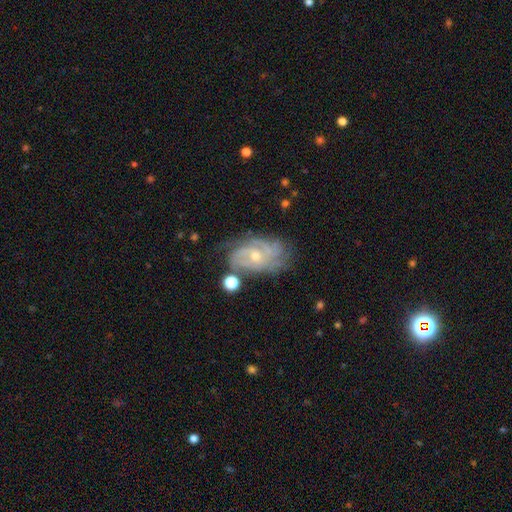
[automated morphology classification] Overall: featured or disk (84%). Edge-on disk: no (96%). Bar: no (66%; weak 28%). Spiral arms: yes (96%). Spiral arm count: can't tell (28%; 3 27%). Spiral winding: tight (63%; medium 30%). Bulge size: small (57%; moderate 40%). Merging: none (66%).